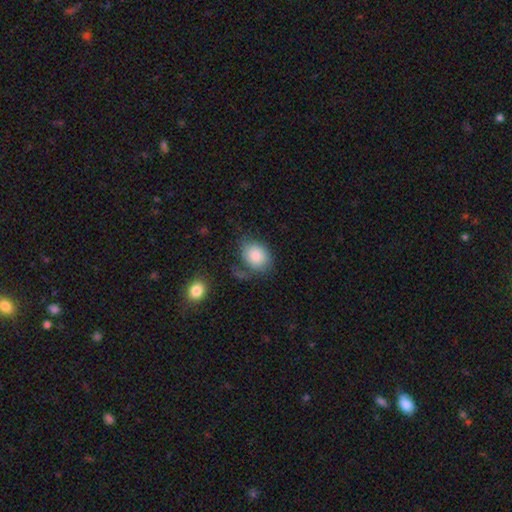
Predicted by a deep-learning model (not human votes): A smooth galaxy with no disk features (80%) that is in between round and cigar-shaped (62%). Merging: none (47%).